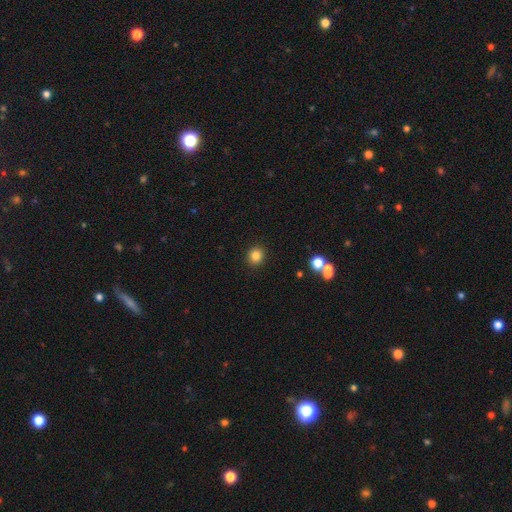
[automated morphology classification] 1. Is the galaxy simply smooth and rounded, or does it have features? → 84% smooth, 12% star or artifact, 4% featured or disk.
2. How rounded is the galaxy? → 86% round, 13% in between, 1% cigar-shaped.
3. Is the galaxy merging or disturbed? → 92% none, 5% minor disturbance, 2% major disturbance, 1% merger.